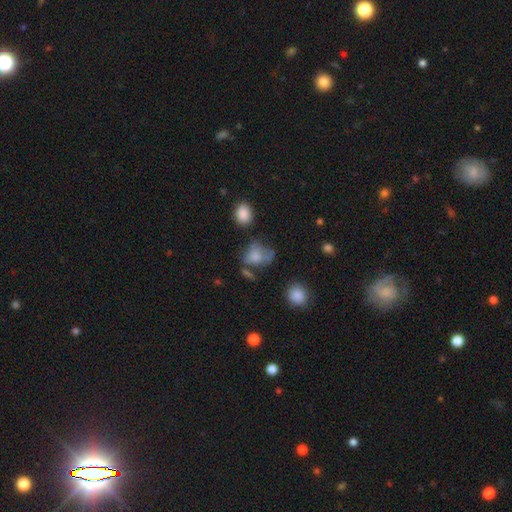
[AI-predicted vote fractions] This is likely a smooth galaxy (68%). How rounded: possibly in between (57%). Merging: marginally none (34%).